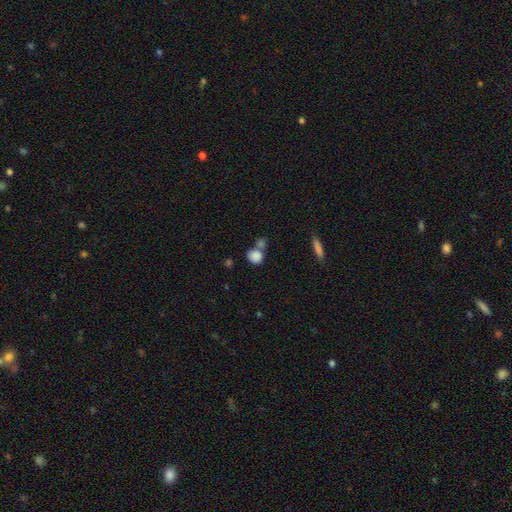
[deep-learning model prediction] smooth 85%, star or artifact 8%, featured or disk 6%. Down the decision tree: how rounded — round (69%); merging — none (47%).